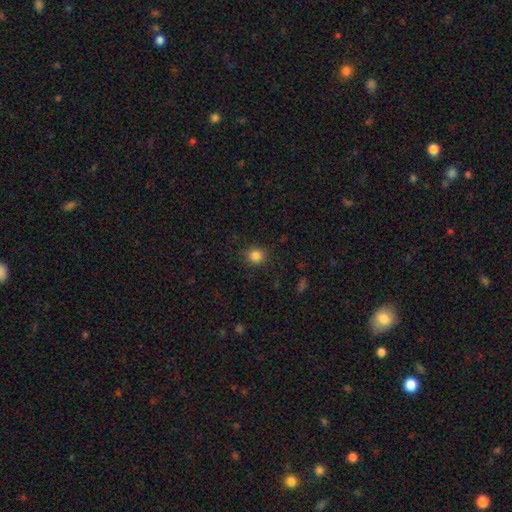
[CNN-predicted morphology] This appears to be a smooth galaxy with no disk features (85%) that is round (85%). Merging: none (87%).